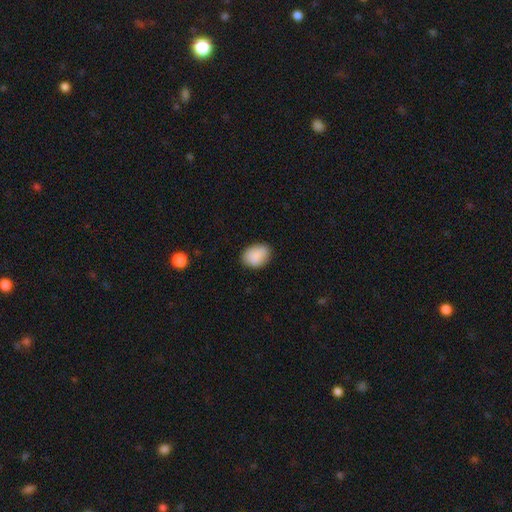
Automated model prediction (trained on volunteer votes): Smooth or featured? Predicted: smooth (p=0.88). How rounded? Predicted: in between (p=0.72). Merging? Predicted: none (p=0.82).